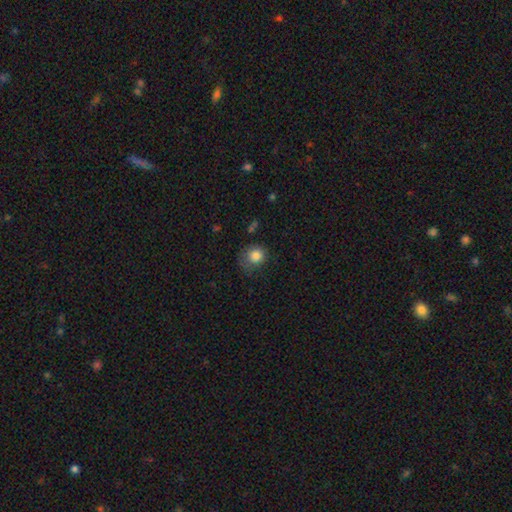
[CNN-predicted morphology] smooth-or-featured: smooth: 83% | star or artifact: 10% | featured or disk: 7%
  how-rounded: round: 79% | in between: 20% | cigar-shaped: 1%
  merging: none: 56% | minor disturbance: 29% | major disturbance: 13% | merger: 2%